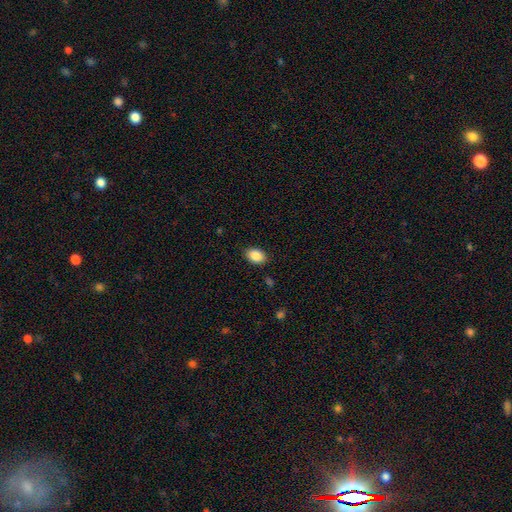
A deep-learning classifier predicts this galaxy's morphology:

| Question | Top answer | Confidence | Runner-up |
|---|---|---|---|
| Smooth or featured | smooth | 88% | star or artifact (8%) |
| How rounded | in between | 81% | round (18%) |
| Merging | none | 88% | minor disturbance (8%) |